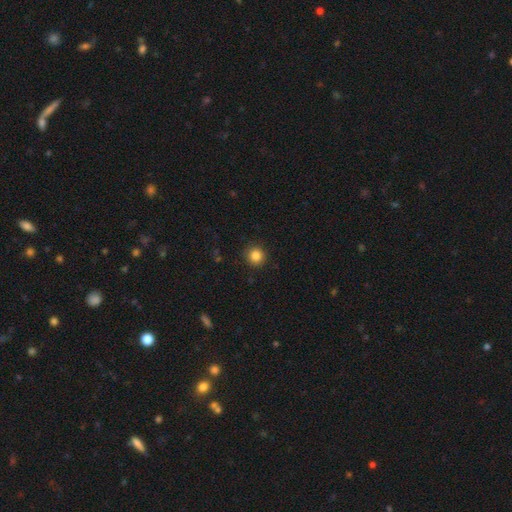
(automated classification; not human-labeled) A smooth galaxy with no disk features (85%) that is round (93%). Merging: none (91%).